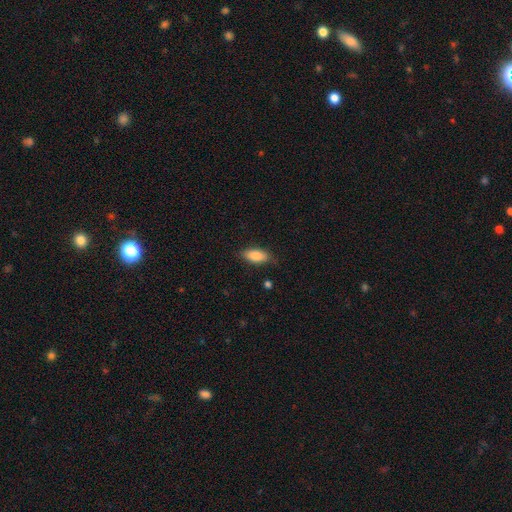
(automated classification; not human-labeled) Overall: smooth (85%). How rounded: in between (86%). Merging: none (83%).